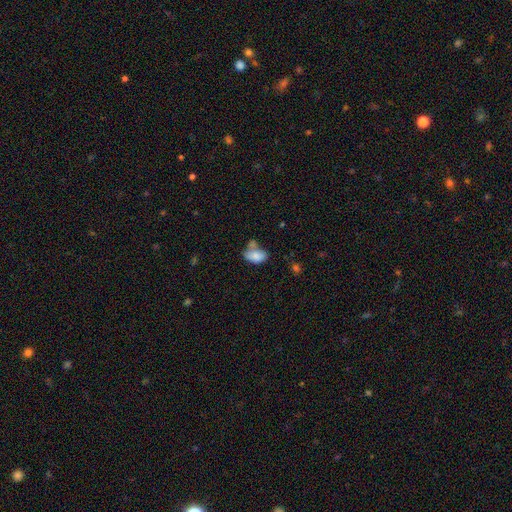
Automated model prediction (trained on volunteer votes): Smooth or featured: smooth — 80% (featured or disk — 12%)
How rounded: in between — 90% (round — 9%)
Merging: none — 38% (merger — 29%)